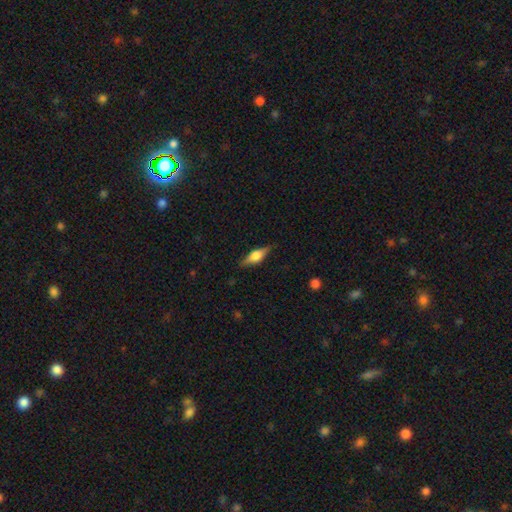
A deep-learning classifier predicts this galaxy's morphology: Smooth or featured: featured or disk — 59% (smooth — 34%)
Edge-on disk: yes — 95% (no — 5%)
Edge-on bulge: rounded — 85% (boxy — 13%)
Merging: none — 85% (minor disturbance — 11%)